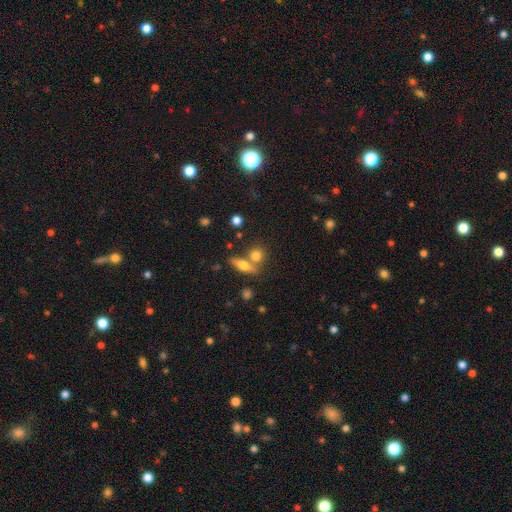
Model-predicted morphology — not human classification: This appears to be a smooth galaxy with no disk features (70%) that is round (53%). Merging: none (55%).